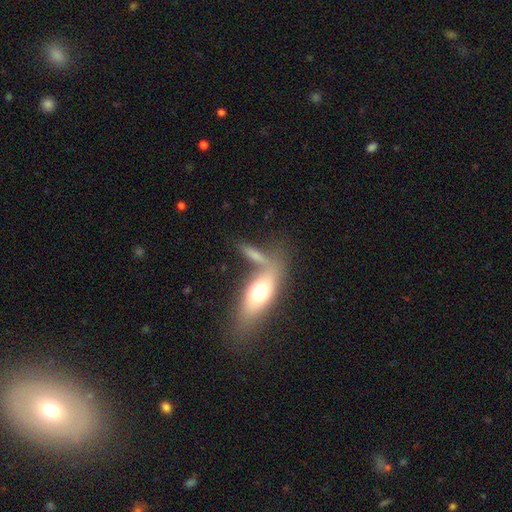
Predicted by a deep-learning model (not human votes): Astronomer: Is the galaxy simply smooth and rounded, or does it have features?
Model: smooth — 64%.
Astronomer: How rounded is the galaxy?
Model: in between — 50% (runner-up: cigar-shaped, 43%).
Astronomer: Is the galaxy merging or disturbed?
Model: none — 44% (runner-up: merger, 35%).